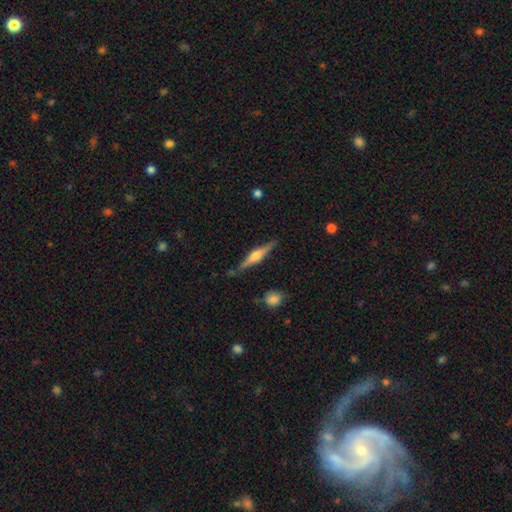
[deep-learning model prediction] Morphology: type=featured or disk (73%); edge-on=yes (98%); edge-on bulge=rounded (84%); merging=none (84%).